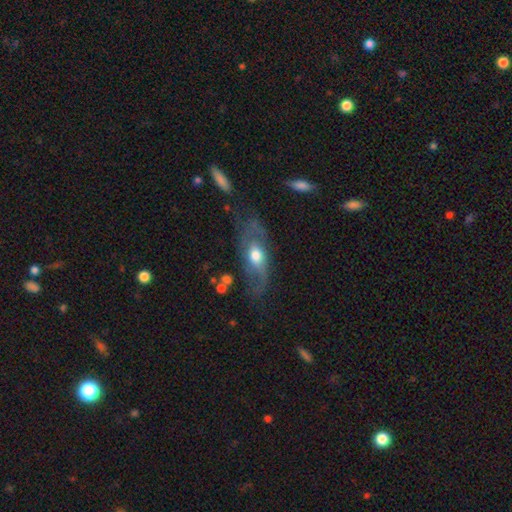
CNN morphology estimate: Overall: featured or disk (60%; smooth 33%). Edge-on disk: no (81%). Merging: none (55%; minor disturbance 24%).